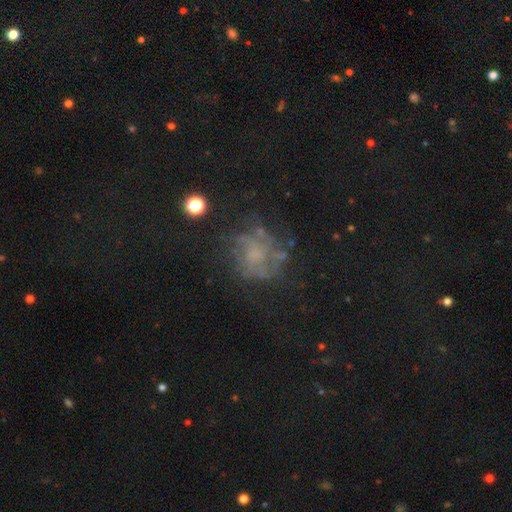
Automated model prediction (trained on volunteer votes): Q: Smooth or featured?
A: featured or disk (54%); runner-up: smooth (25%)
Q: Edge-on disk?
A: no (98%); runner-up: yes (2%)
Q: Bar?
A: no (85%); runner-up: weak (13%)
Q: Spiral arms?
A: no (53%); runner-up: yes (47%)
Q: Bulge size?
A: none (48%); runner-up: small (24%)
Q: Merging?
A: none (58%); runner-up: major disturbance (20%)